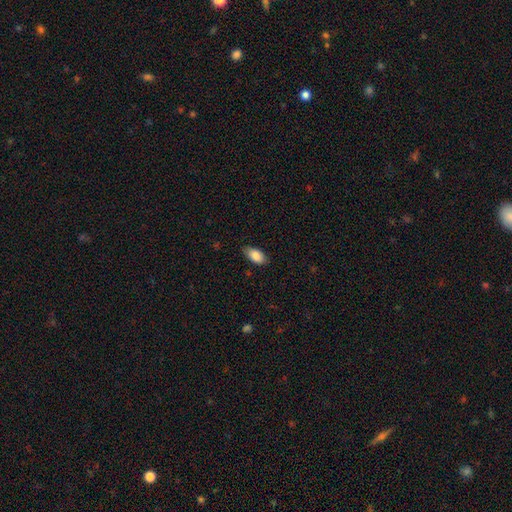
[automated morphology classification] This appears to be a smooth galaxy with no disk features (87%) that is in between round and cigar-shaped (92%). Merging: none (79%).